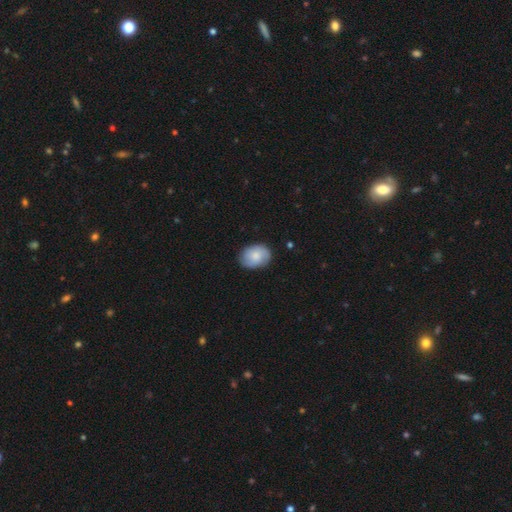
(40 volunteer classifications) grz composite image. It shows a smooth galaxy with no disk features (57%) that is in between round and cigar-shaped (70%). Merging: none (79%).